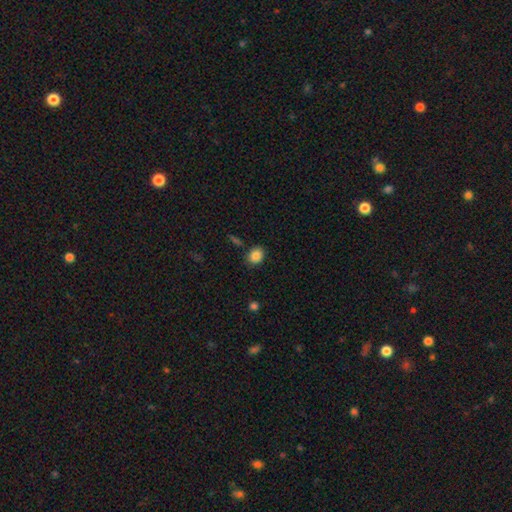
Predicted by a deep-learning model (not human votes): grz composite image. It shows a smooth galaxy with no disk features (86%) that is in between round and cigar-shaped (52%). Merging: none (83%).